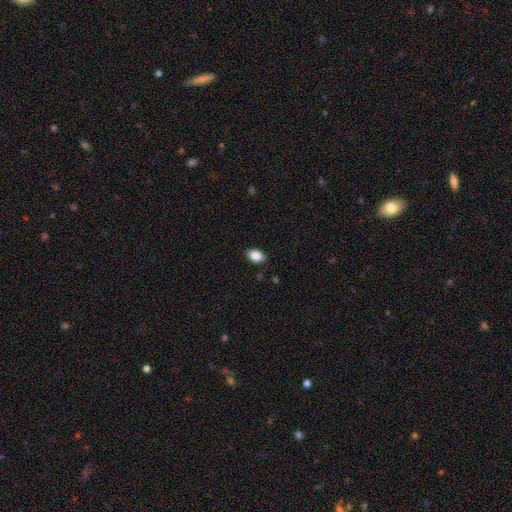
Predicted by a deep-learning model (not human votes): This appears to be a smooth galaxy with no disk features (87%) that is in between round and cigar-shaped (81%). Merging: none (85%).